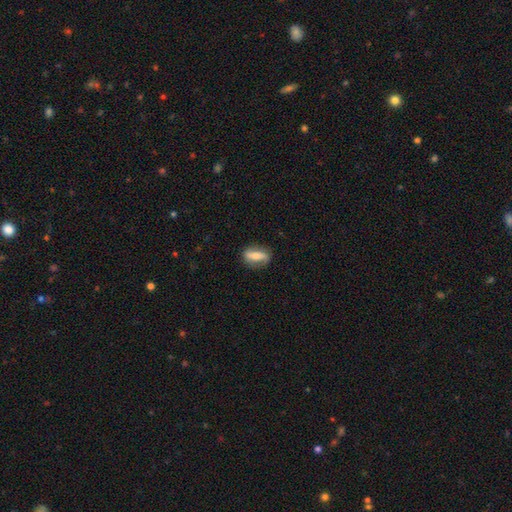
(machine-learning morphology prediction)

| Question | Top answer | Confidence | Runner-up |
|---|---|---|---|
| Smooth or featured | smooth | 49% | featured or disk (44%) |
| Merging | none | 81% | minor disturbance (14%) |